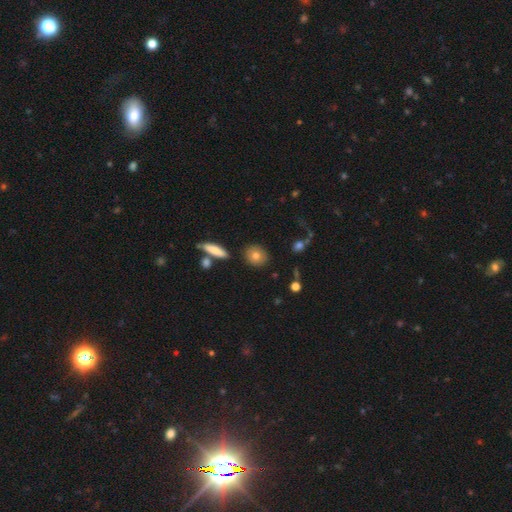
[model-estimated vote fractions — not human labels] smooth_or_featured: smooth (p=0.78) [alt: featured or disk p=0.14]
how_rounded: round (p=0.74) [alt: in between p=0.23]
merging: none (p=0.86) [alt: minor disturbance p=0.09]